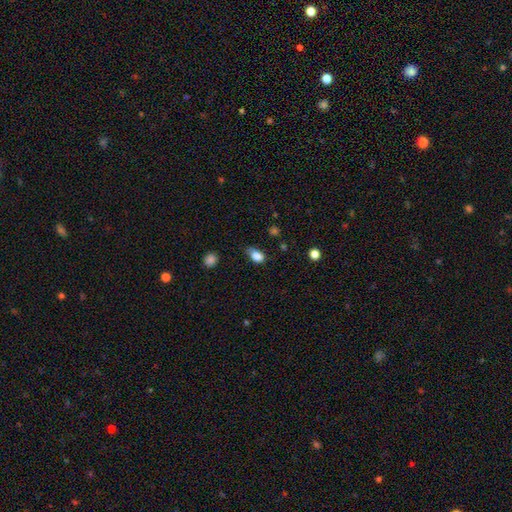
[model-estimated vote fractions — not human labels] The model was most divided on "merging": none: 58%, minor disturbance: 33%, major disturbance: 7%, merger: 2%. More confident: smooth or featured — smooth (84%); how rounded — in between (83%).